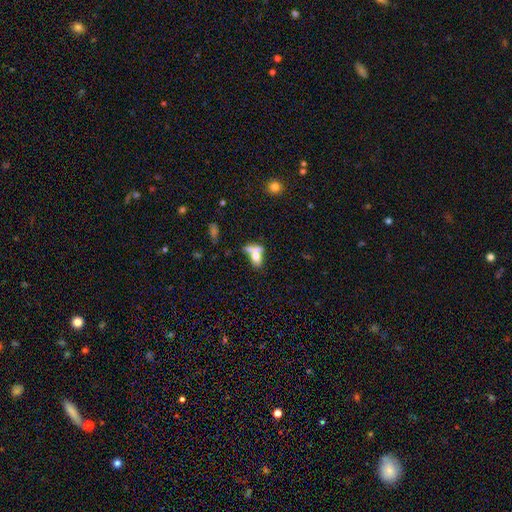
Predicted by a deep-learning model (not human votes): A smooth galaxy with no disk features (63%) that is in between round and cigar-shaped (67%).

Vote fractions:
- Smooth or featured? smooth: 63% / featured or disk: 26% / star or artifact: 11%
- How rounded? in between: 67% / round: 19% / cigar-shaped: 14%
- Merging? merger: 53% / none: 28% / minor disturbance: 10% / major disturbance: 9%